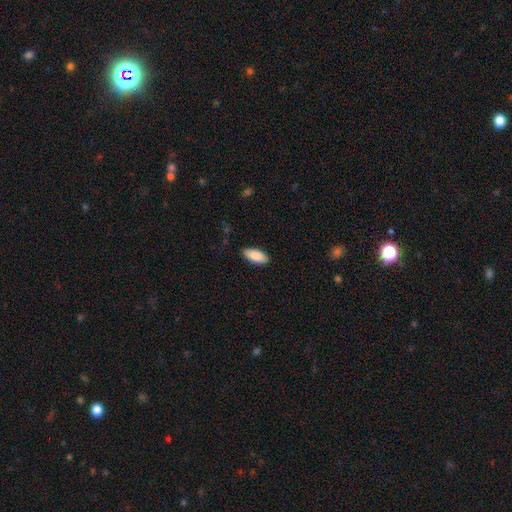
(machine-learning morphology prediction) This is clearly a smooth galaxy (89%). How rounded: clearly in between (88%). Merging: clearly none (87%).